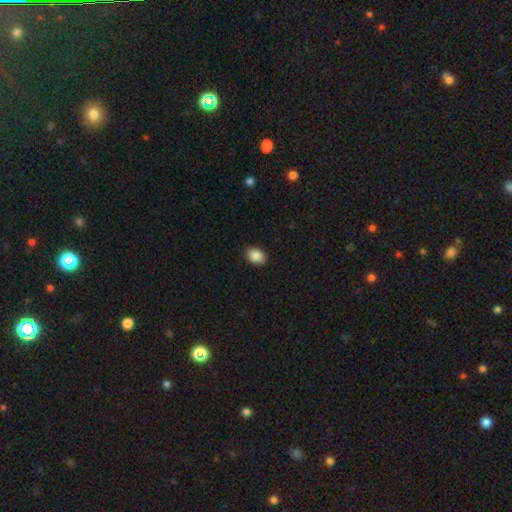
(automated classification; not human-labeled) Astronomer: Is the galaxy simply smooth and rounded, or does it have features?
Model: smooth — 89%.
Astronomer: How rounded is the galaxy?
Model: in between — 83%.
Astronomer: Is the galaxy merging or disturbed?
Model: none — 88%.